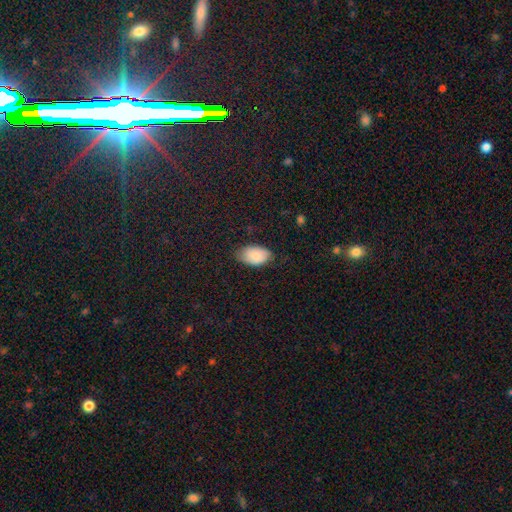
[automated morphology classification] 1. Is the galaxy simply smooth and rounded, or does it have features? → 85% smooth, 8% featured or disk, 7% star or artifact.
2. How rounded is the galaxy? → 94% in between, 5% round, 1% cigar-shaped.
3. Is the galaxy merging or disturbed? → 73% none, 22% minor disturbance, 4% major disturbance, 1% merger.